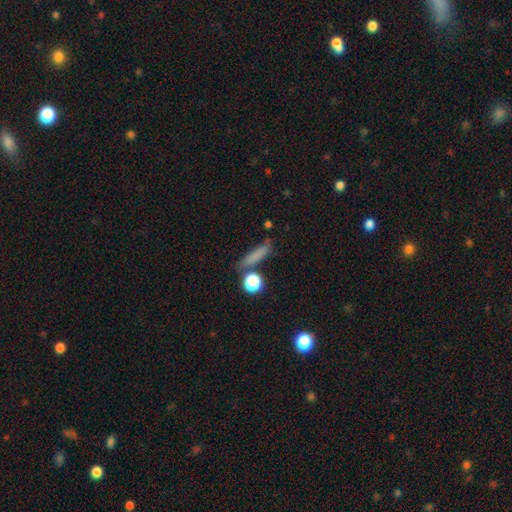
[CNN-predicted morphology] The model was most divided on "how rounded": cigar-shaped: 71%, in between: 20%, round: 9%. More confident: smooth or featured — smooth (76%); merging — none (71%).